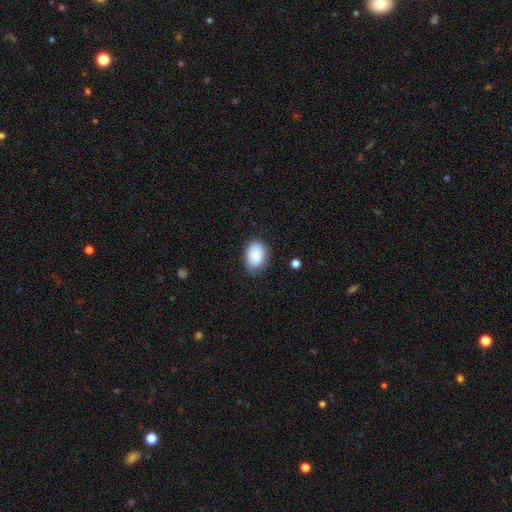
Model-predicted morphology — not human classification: A smooth galaxy with no disk features (86%) that is in between round and cigar-shaped (80%).

Vote fractions:
- Smooth or featured? smooth: 86% / star or artifact: 7% / featured or disk: 6%
- How rounded? in between: 80% / round: 19% / cigar-shaped: 1%
- Merging? none: 74% / minor disturbance: 20% / major disturbance: 4% / merger: 2%